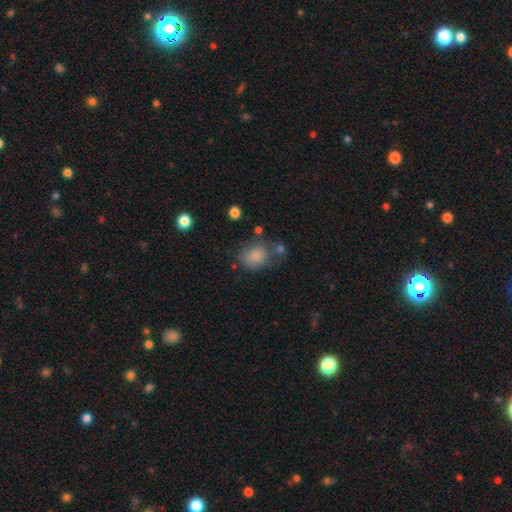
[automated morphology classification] Overall: smooth (83%). How rounded: in between (51%; round 48%). Merging: none (58%; minor disturbance 22%).